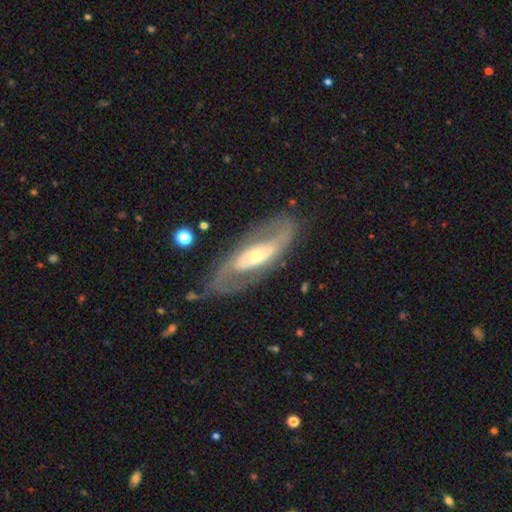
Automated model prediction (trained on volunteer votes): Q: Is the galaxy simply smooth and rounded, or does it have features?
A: featured or disk — 81%.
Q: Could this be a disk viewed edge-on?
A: no — 89%.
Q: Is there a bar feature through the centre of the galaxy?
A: no — 56%.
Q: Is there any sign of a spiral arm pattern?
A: yes — 78%.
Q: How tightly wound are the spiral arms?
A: medium — 44%.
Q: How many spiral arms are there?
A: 2 — 82%.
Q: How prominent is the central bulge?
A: moderate — 48%.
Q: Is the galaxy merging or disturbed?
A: none — 73%.